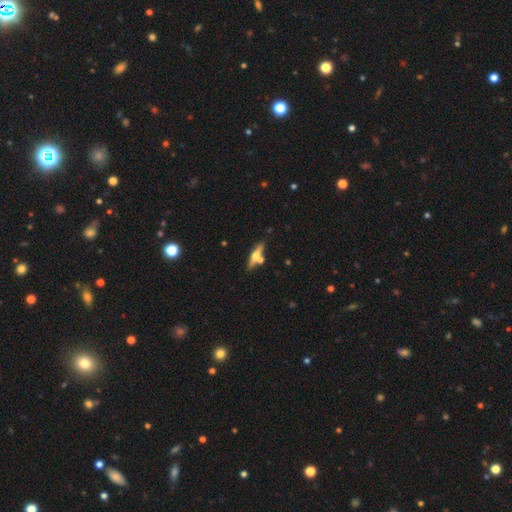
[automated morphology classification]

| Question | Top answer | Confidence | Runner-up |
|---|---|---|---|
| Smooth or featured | featured or disk | 58% | smooth (35%) |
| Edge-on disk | yes | 93% | no (7%) |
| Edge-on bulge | rounded | 89% | none (6%) |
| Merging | none | 70% | merger (17%) |